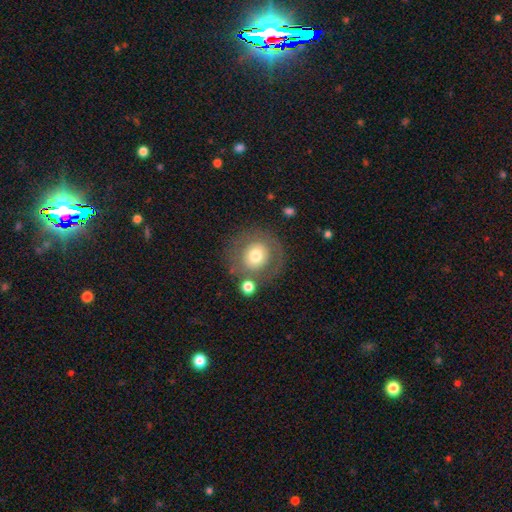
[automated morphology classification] A smooth galaxy with no disk features (63%) that is round (89%). Merging: none (70%).